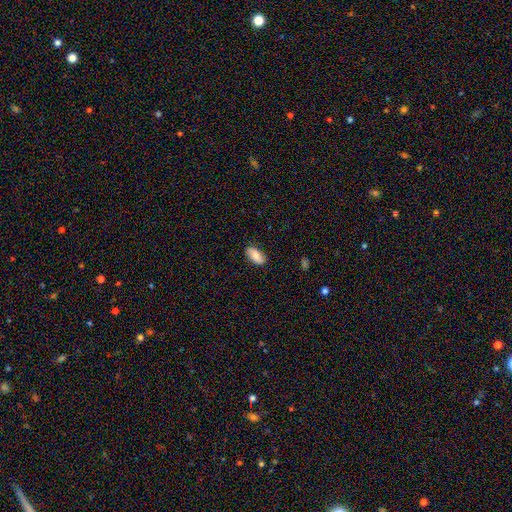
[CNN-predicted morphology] This is likely a smooth galaxy (76%). How rounded: clearly in between (92%). Merging: clearly none (85%).